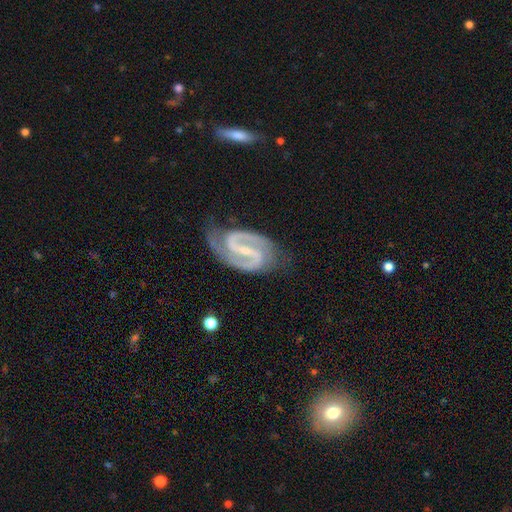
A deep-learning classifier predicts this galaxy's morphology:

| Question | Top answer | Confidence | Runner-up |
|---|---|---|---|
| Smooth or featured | featured or disk | 94% | star or artifact (4%) |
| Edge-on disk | no | 98% | yes (2%) |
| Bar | strong | 60% | weak (30%) |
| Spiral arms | yes | 98% | no (2%) |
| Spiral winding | medium | 60% | tight (25%) |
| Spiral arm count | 2 | 95% | can't tell (1%) |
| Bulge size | small | 73% | moderate (15%) |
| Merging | none | 74% | minor disturbance (18%) |